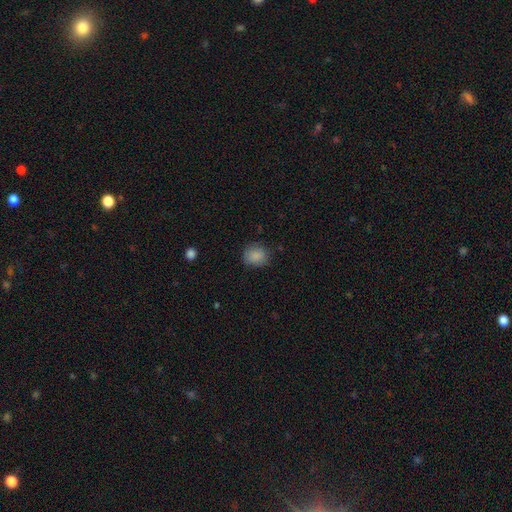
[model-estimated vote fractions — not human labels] This is clearly a smooth galaxy (87%). How rounded: likely round (72%). Merging: clearly none (80%).